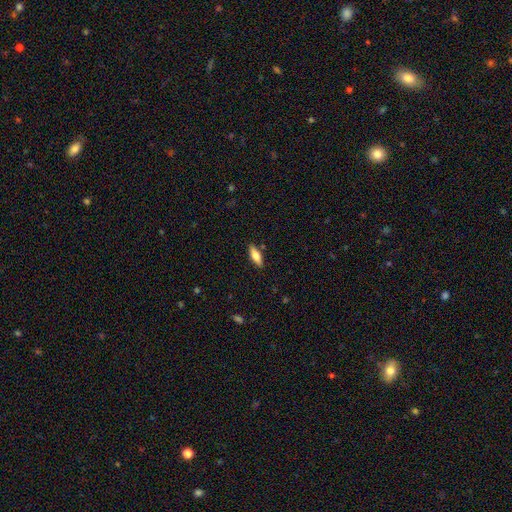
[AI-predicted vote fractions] Smooth or featured?
  - smooth: 59% *
  - featured or disk: 35%
  - star or artifact: 7%
How rounded?
  - in between: 59% *
  - cigar-shaped: 38%
  - round: 2%
Merging?
  - none: 87% *
  - minor disturbance: 9%
  - major disturbance: 2%
  - merger: 2%